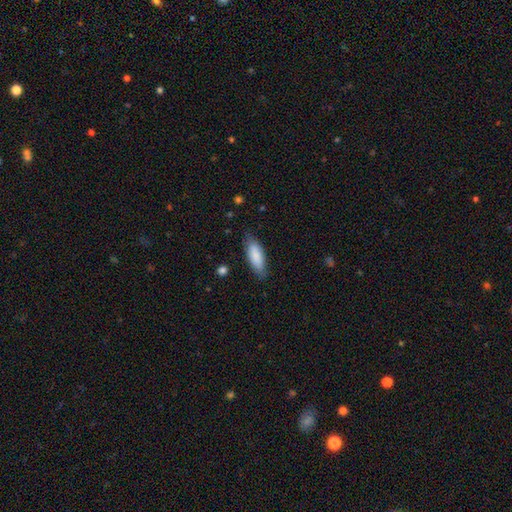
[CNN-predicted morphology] Smooth or featured?
  - smooth: 85% *
  - featured or disk: 9%
  - star or artifact: 6%
How rounded?
  - in between: 64% *
  - cigar-shaped: 34%
  - round: 2%
Merging?
  - none: 79% *
  - minor disturbance: 16%
  - major disturbance: 3%
  - merger: 1%